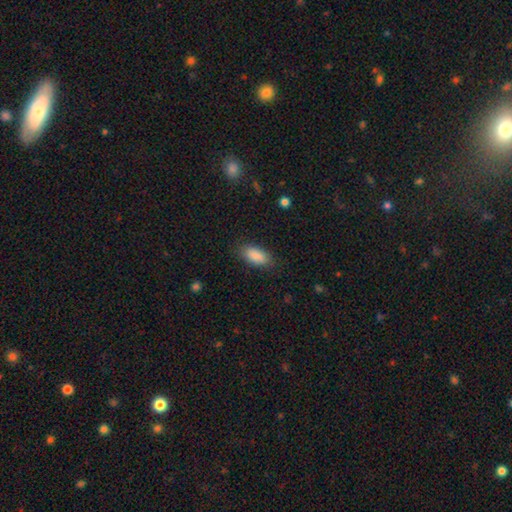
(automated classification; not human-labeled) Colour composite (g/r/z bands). It shows a smooth galaxy with no disk features (89%) that is in between round and cigar-shaped (89%). Merging: none (84%).